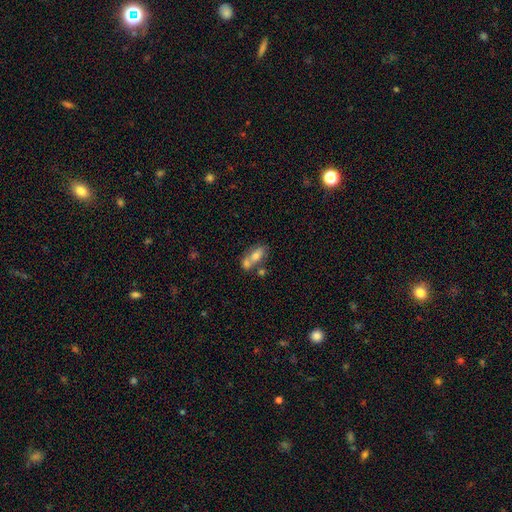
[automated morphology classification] smooth 65%, featured or disk 25%, star or artifact 10%. Down the decision tree: how rounded — in between (80%); merging — merger (47%).